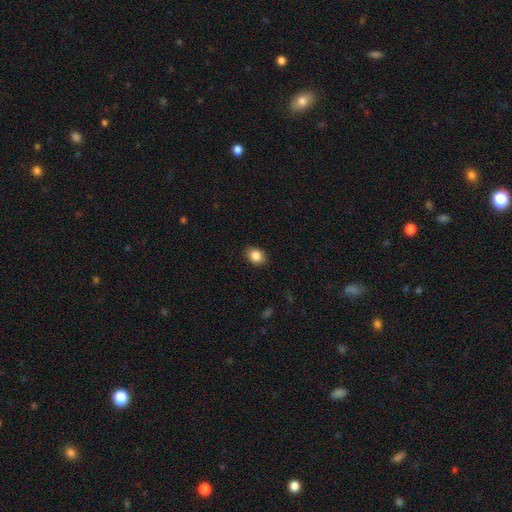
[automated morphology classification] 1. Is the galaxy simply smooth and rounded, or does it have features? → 86% smooth, 9% star or artifact, 5% featured or disk.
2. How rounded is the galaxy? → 57% in between, 42% round, 1% cigar-shaped.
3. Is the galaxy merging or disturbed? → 86% none, 10% minor disturbance, 2% major disturbance, 1% merger.